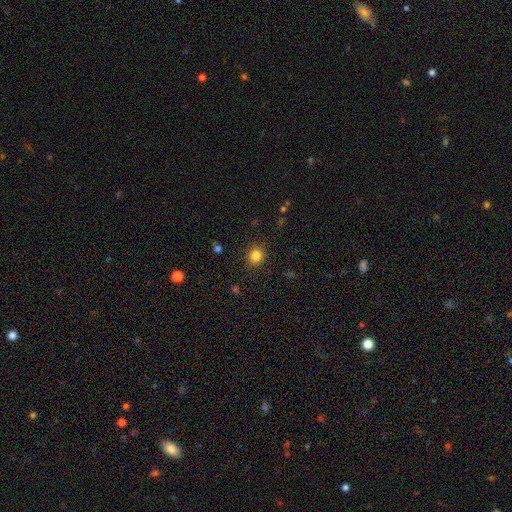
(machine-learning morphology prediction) smooth 83%, star or artifact 12%, featured or disk 4%. Down the decision tree: how rounded — round (84%); merging — none (89%).